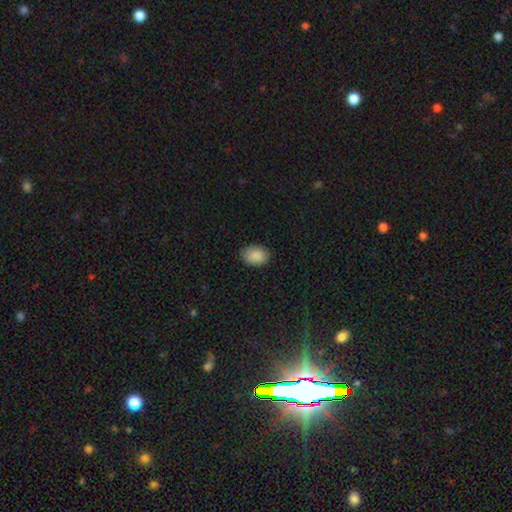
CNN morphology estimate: This appears to be a smooth galaxy with no disk features (89%) that is in between round and cigar-shaped (80%). Merging: none (86%).